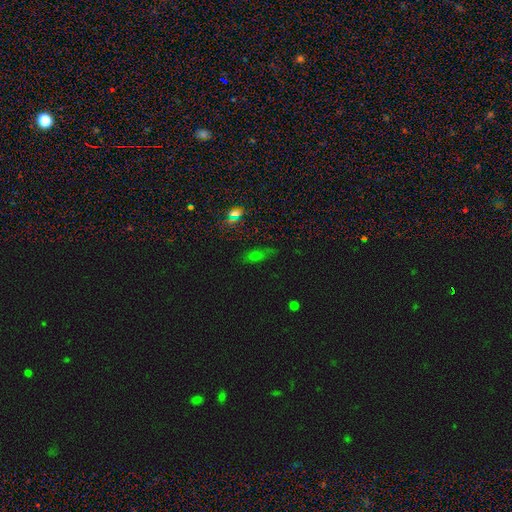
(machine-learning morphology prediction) This is possibly a smooth galaxy (51%). How rounded: likely in between (65%). Merging: likely none (76%).